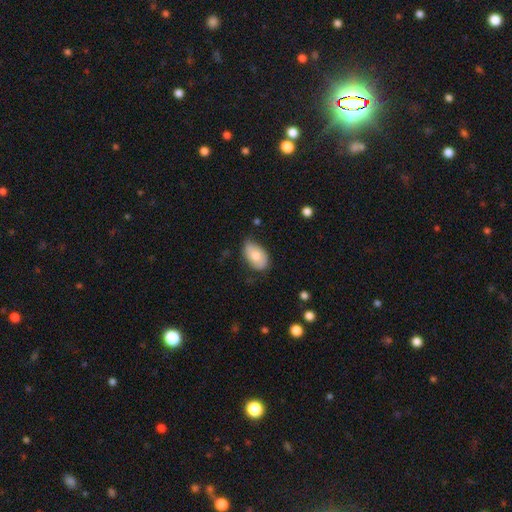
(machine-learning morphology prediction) Smooth or featured? smooth (70%)
How rounded? in between (92%)
Merging? none (65%)